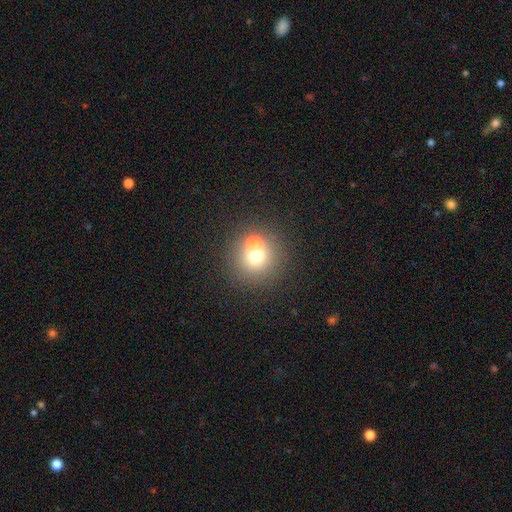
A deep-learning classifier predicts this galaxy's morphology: This appears to be a smooth galaxy with no disk features (65%) that is round (91%). Merging: none (53%).